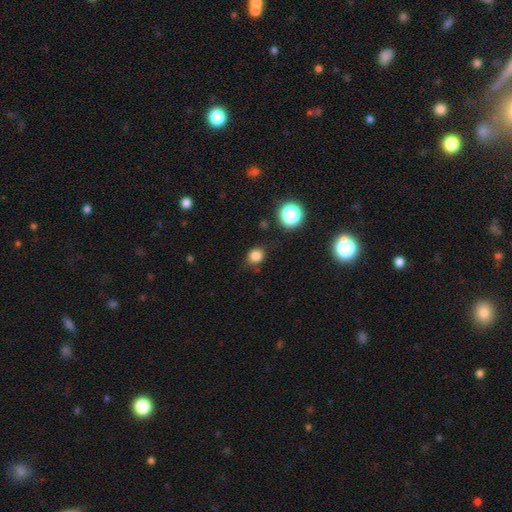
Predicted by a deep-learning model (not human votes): smooth-or-featured: smooth: 82% | star or artifact: 14% | featured or disk: 5%
  how-rounded: round: 69% | in between: 30% | cigar-shaped: 1%
  merging: none: 76% | minor disturbance: 17% | major disturbance: 4% | merger: 2%